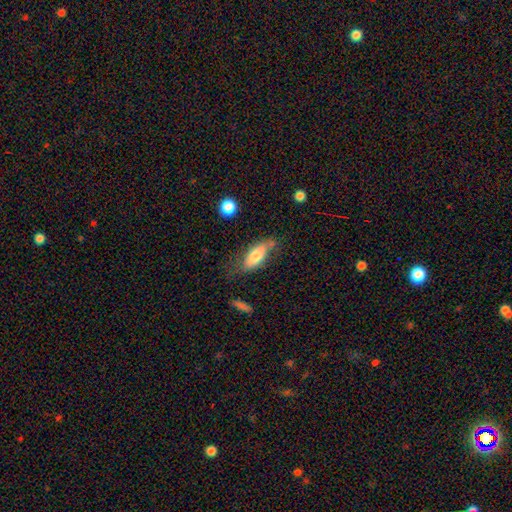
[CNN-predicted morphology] type=smooth (70%); roundness=in between (74%); merging=none (53%).